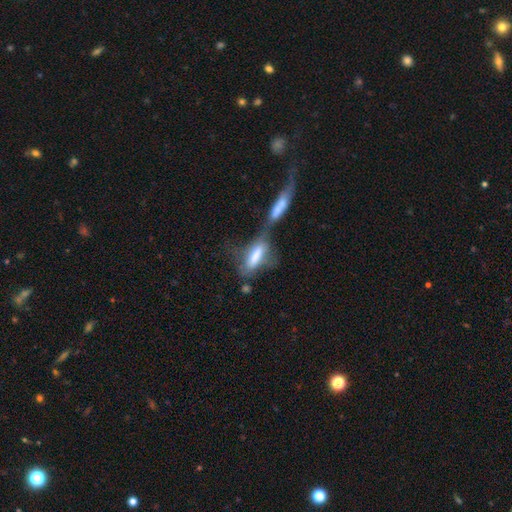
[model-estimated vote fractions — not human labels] smooth-or-featured: smooth: 67% | featured or disk: 25% | star or artifact: 8%
  how-rounded: in between: 54% | cigar-shaped: 44% | round: 2%
  merging: merger: 59% | none: 16% | major disturbance: 15% | minor disturbance: 11%